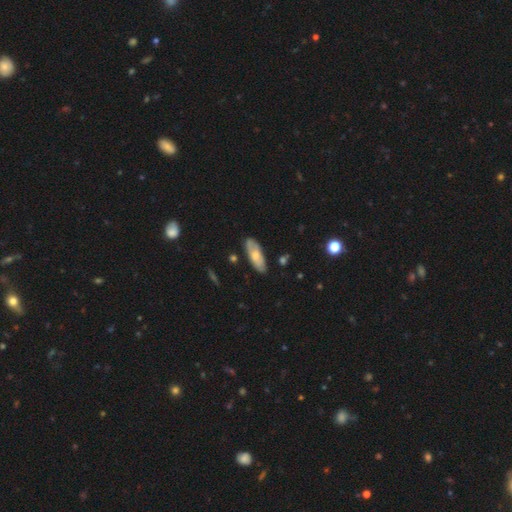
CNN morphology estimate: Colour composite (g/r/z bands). It shows a smooth galaxy with no disk features (60%) that is in between round and cigar-shaped (72%). Merging: none (79%).